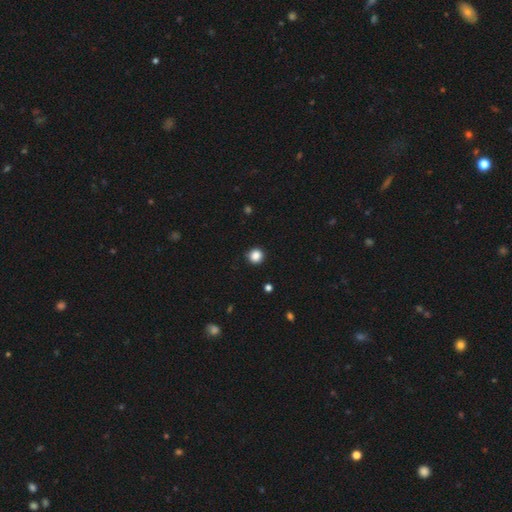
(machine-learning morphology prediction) type=smooth (86%); roundness=round (93%); merging=none (91%).